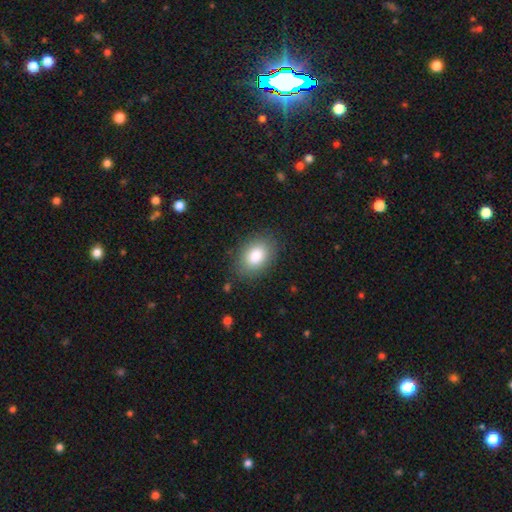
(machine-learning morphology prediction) Smooth or featured?
  - smooth: 84% *
  - featured or disk: 8%
  - star or artifact: 8%
How rounded?
  - in between: 82% *
  - round: 17%
  - cigar-shaped: 1%
Merging?
  - none: 84% *
  - minor disturbance: 11%
  - major disturbance: 4%
  - merger: 1%